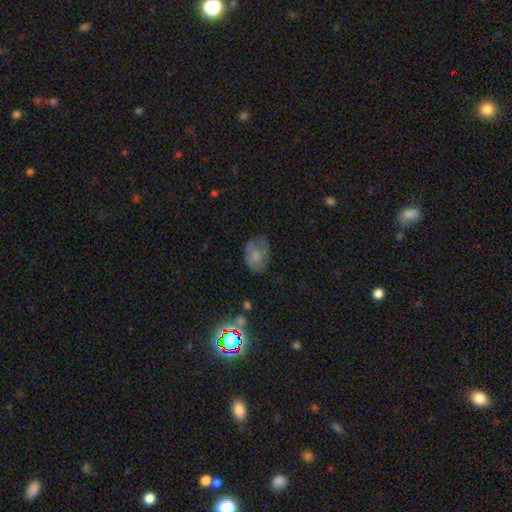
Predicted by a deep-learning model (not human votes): Q: Smooth or featured?
A: smooth (58%); runner-up: featured or disk (29%)
Q: How rounded?
A: in between (76%); runner-up: round (23%)
Q: Merging?
A: none (51%); runner-up: minor disturbance (30%)